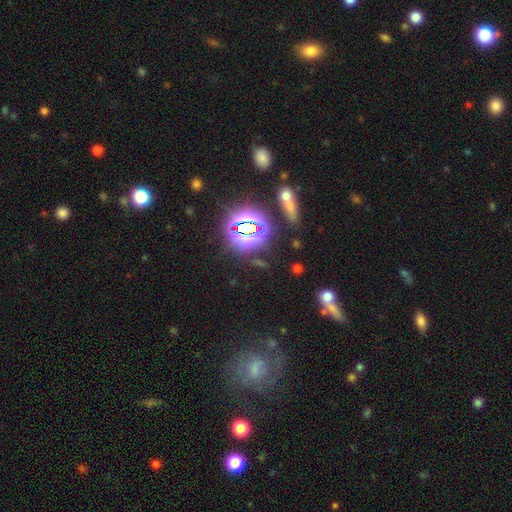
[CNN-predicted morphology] star or artifact 72%, smooth 17%, featured or disk 12%.